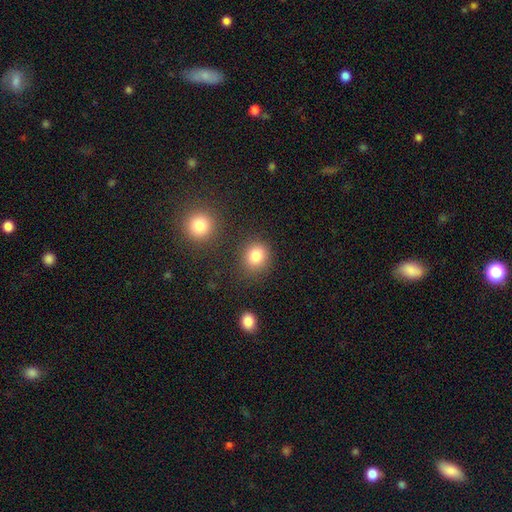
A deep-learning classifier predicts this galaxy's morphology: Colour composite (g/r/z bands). It shows a smooth galaxy with no disk features (84%) that is round (74%). Merging: none (80%).